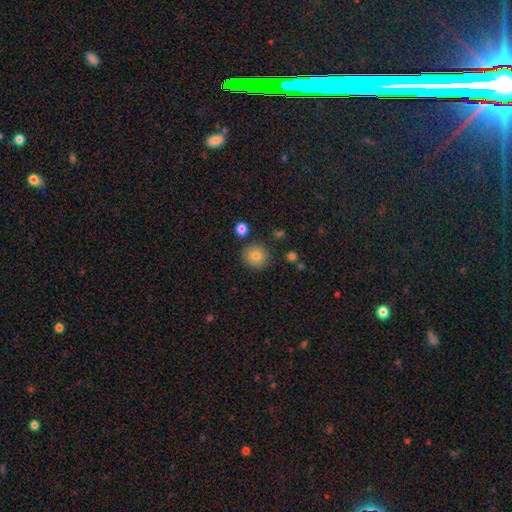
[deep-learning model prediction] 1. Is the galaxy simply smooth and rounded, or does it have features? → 80% smooth, 10% star or artifact, 10% featured or disk.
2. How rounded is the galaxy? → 90% round, 9% in between, 1% cigar-shaped.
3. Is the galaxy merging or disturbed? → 85% none, 9% minor disturbance, 3% merger, 3% major disturbance.